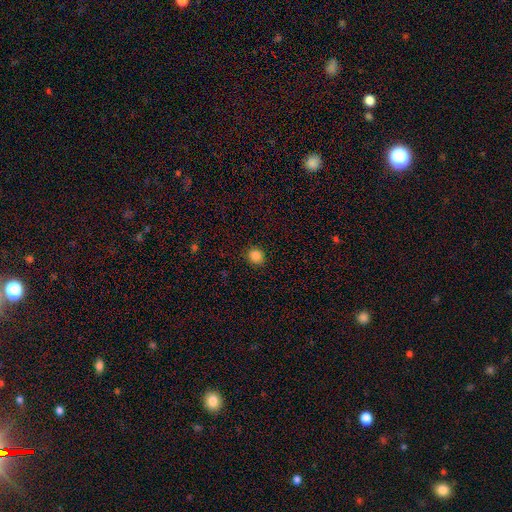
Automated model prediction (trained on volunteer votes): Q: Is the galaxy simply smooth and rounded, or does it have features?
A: smooth — 86%.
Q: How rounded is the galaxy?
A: round — 82%.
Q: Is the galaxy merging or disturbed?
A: none — 90%.